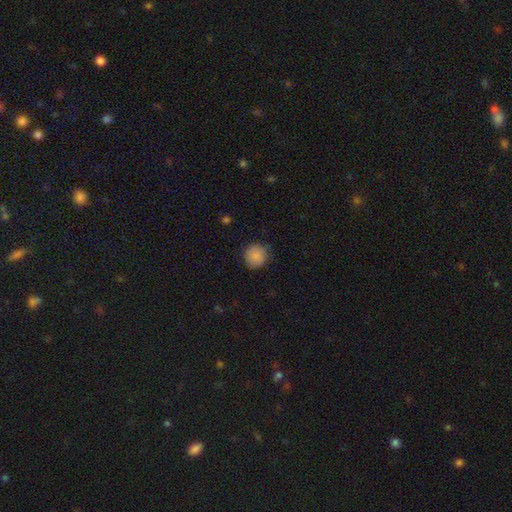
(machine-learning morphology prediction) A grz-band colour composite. It shows a smooth galaxy with no disk features (87%) that is round (90%). Merging: none (82%).